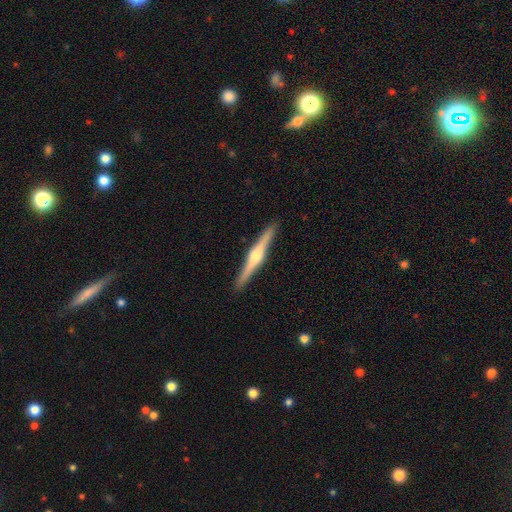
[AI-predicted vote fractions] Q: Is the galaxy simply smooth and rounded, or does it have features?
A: featured or disk — 77%.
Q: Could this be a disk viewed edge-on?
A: yes — 98%.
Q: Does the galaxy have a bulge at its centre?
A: rounded — 92%.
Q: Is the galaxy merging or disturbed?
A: none — 92%.